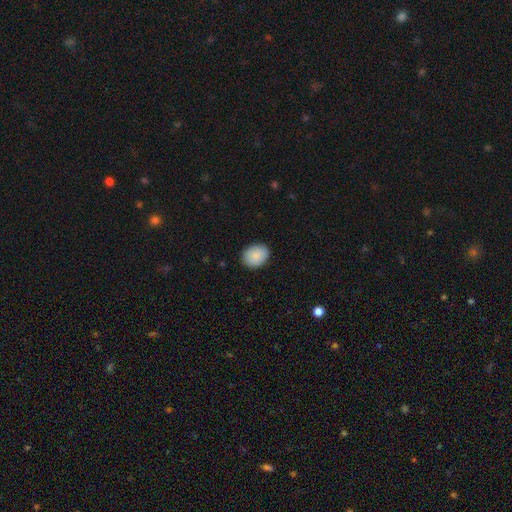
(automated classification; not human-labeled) Overall: smooth (88%). How rounded: in between (61%; round 39%). Merging: none (88%).